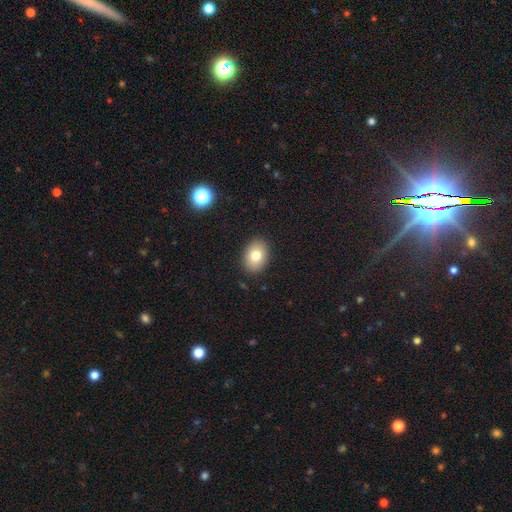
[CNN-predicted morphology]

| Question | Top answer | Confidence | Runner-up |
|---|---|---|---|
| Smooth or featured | smooth | 78% | featured or disk (12%) |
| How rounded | in between | 75% | round (24%) |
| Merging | none | 89% | minor disturbance (8%) |